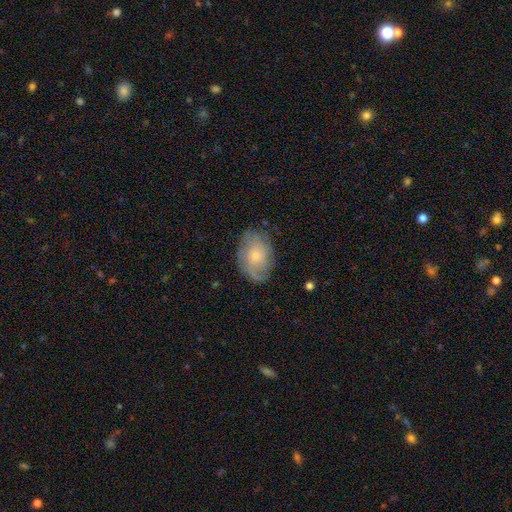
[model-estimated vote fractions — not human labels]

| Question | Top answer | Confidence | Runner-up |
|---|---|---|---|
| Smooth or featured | smooth | 47% | featured or disk (46%) |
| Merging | none | 71% | minor disturbance (20%) |